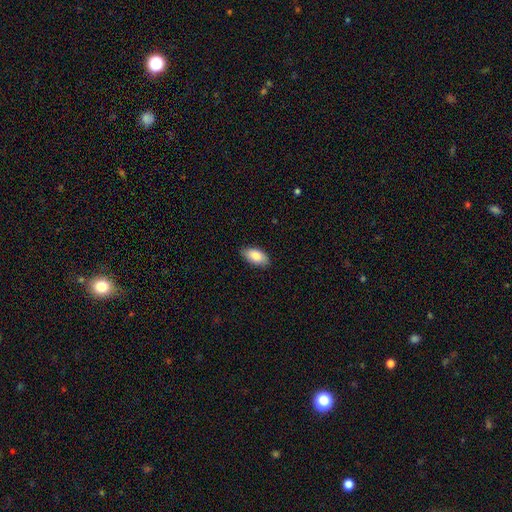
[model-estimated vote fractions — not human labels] This appears to be a smooth galaxy with no disk features (84%) that is in between round and cigar-shaped (94%). Merging: none (84%).